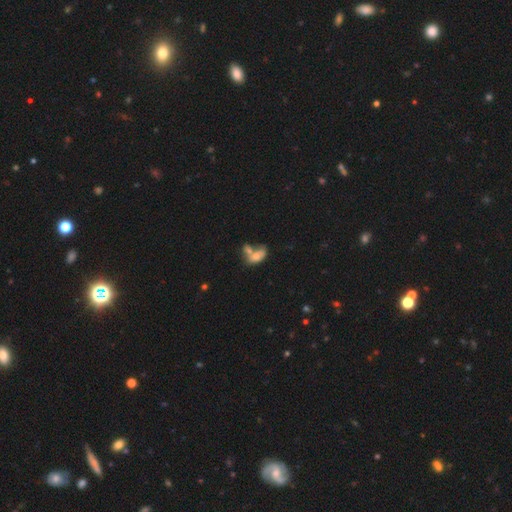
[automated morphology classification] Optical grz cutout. It shows a smooth galaxy with no disk features (66%) that is in between round and cigar-shaped (86%). Merging: merger (59%).